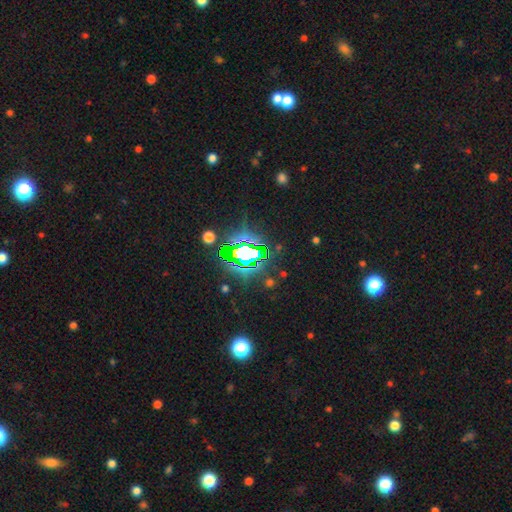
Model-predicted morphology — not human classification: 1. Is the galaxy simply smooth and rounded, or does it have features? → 72% star or artifact, 16% smooth, 12% featured or disk.